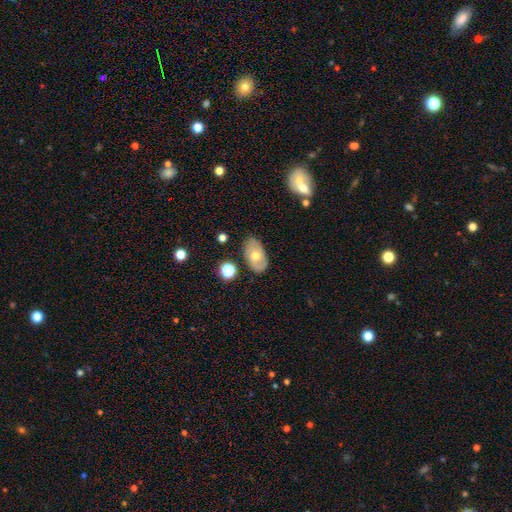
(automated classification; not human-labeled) A smooth galaxy with no disk features (51%) that is in between round and cigar-shaped (90%). Merging: none (76%).